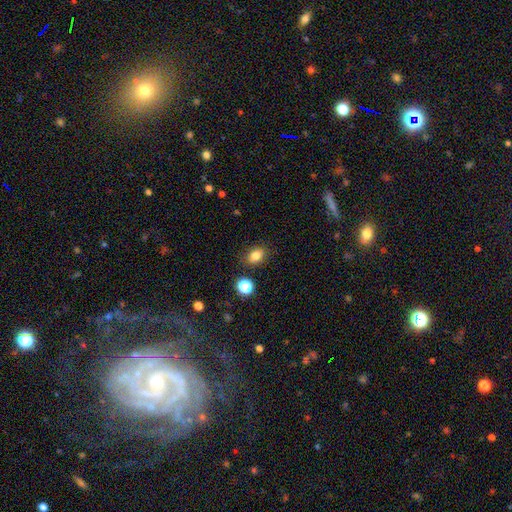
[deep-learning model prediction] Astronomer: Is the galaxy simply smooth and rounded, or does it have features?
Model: smooth — 81%.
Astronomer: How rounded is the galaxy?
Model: in between — 71%.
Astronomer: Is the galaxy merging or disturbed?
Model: none — 83%.